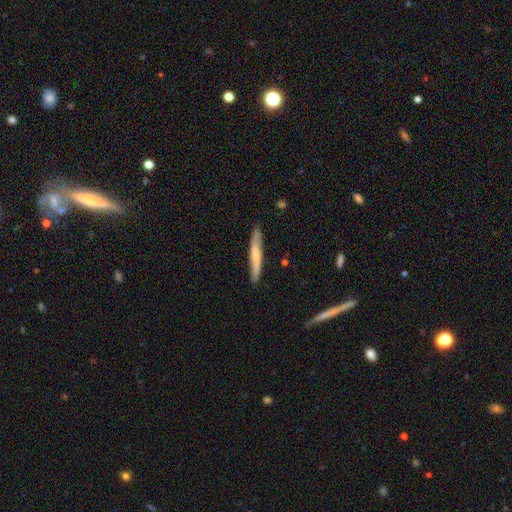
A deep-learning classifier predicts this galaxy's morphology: A smooth galaxy with no disk features (55%) that is cigar-shaped (95%). Merging: none (84%).